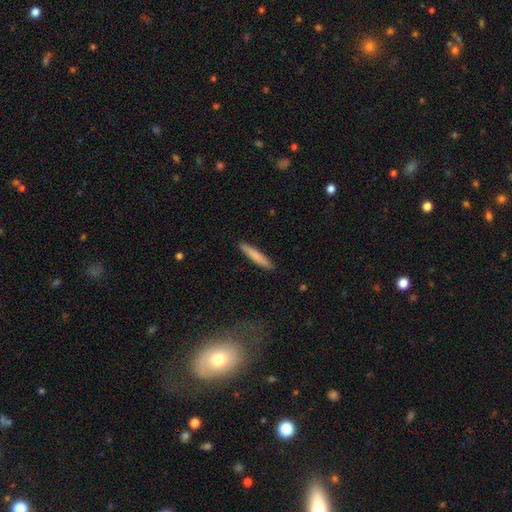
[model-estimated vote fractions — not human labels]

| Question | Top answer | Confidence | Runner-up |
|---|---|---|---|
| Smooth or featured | smooth | 78% | featured or disk (17%) |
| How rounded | cigar-shaped | 93% | in between (5%) |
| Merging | none | 90% | minor disturbance (7%) |